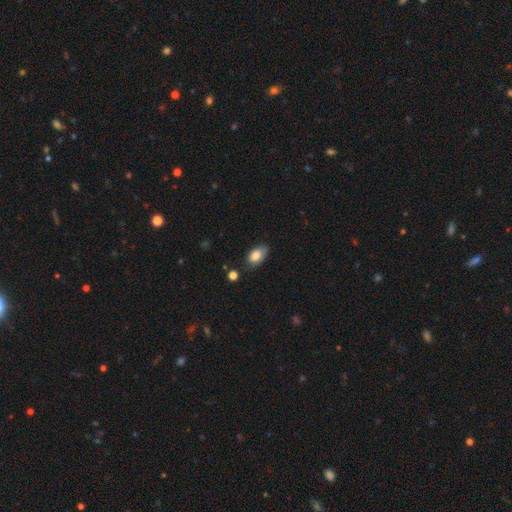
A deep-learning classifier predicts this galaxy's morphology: Smooth or featured: smooth — 80% (featured or disk — 13%)
How rounded: in between — 92% (round — 6%)
Merging: none — 69% (minor disturbance — 24%)